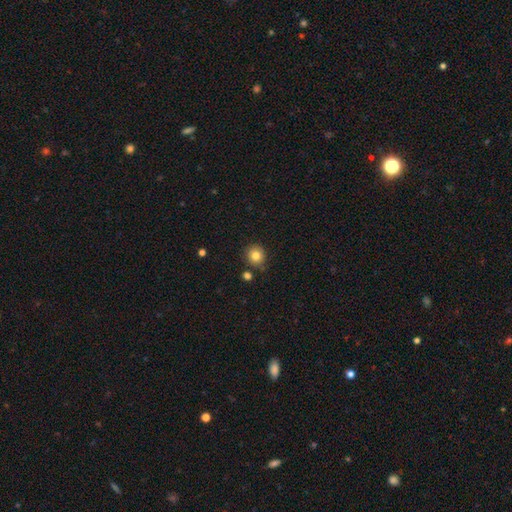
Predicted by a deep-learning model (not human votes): A smooth galaxy with no disk features (82%) that is round (89%).

Vote fractions:
- Smooth or featured? smooth: 82% / star or artifact: 11% / featured or disk: 7%
- How rounded? round: 89% / in between: 10% / cigar-shaped: 1%
- Merging? none: 82% / minor disturbance: 11% / merger: 5% / major disturbance: 2%